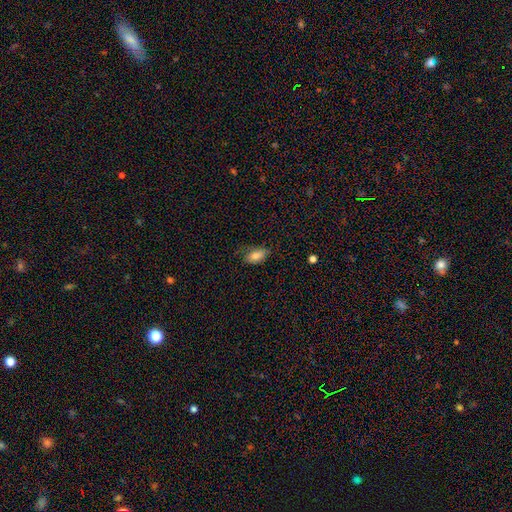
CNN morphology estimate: smooth 81%, featured or disk 11%, star or artifact 8%. Down the decision tree: how rounded — in between (90%); merging — none (64%).